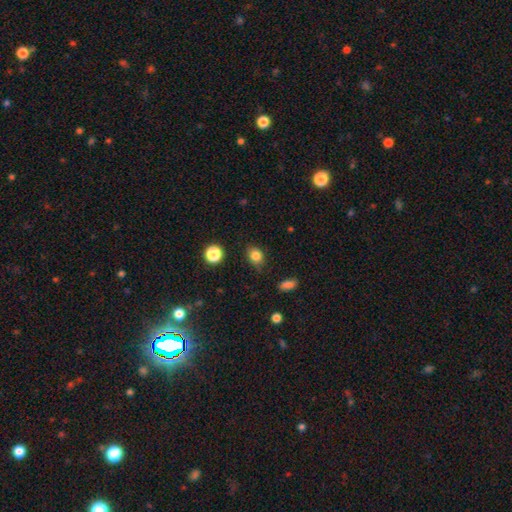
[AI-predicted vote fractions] This appears to be a smooth galaxy with no disk features (83%) that is round (50%). Merging: none (81%).